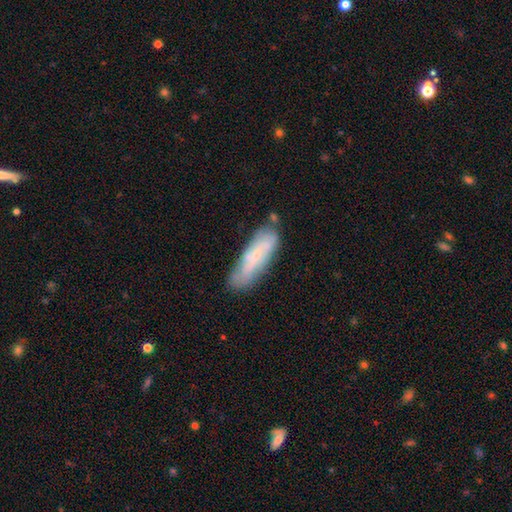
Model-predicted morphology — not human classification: smooth_or_featured: featured or disk (p=0.48) [alt: smooth p=0.45]
merging: none (p=0.66) [alt: minor disturbance p=0.22]